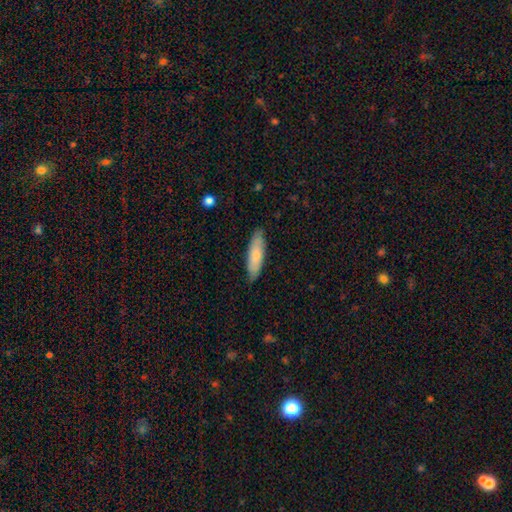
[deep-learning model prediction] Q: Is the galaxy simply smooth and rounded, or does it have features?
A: smooth — 76%.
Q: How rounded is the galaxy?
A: cigar-shaped — 59%.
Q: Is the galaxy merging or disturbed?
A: none — 84%.